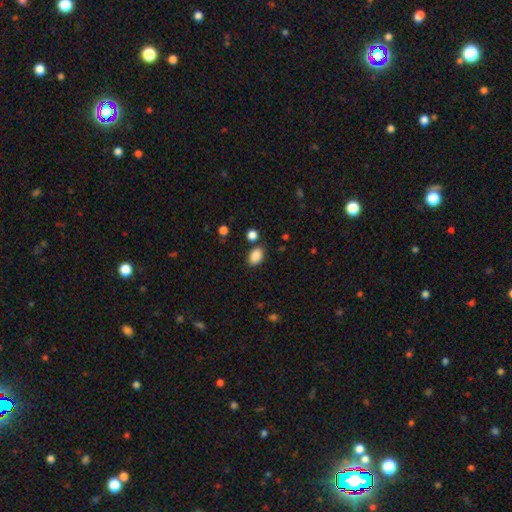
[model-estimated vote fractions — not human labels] Smooth or featured: smooth — 87% (star or artifact — 9%)
How rounded: in between — 83% (round — 16%)
Merging: none — 79% (minor disturbance — 12%)